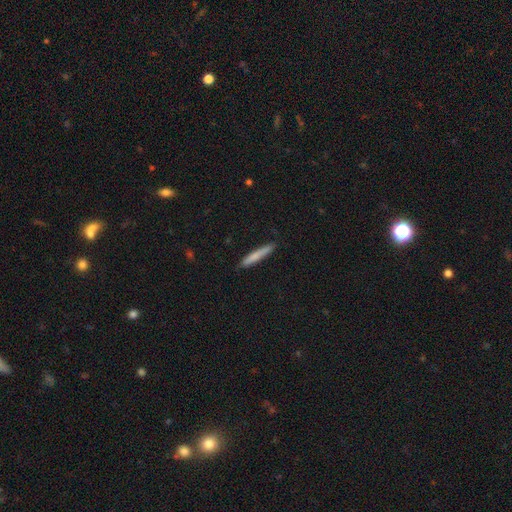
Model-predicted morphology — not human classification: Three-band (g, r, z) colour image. It shows a smooth galaxy with no disk features (75%) that is cigar-shaped (95%). Merging: none (87%).